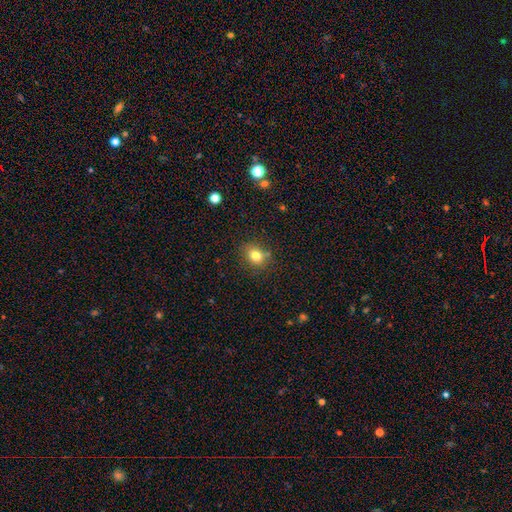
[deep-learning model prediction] Morphology: type=smooth (78%); roundness=round (62%); merging=none (78%).